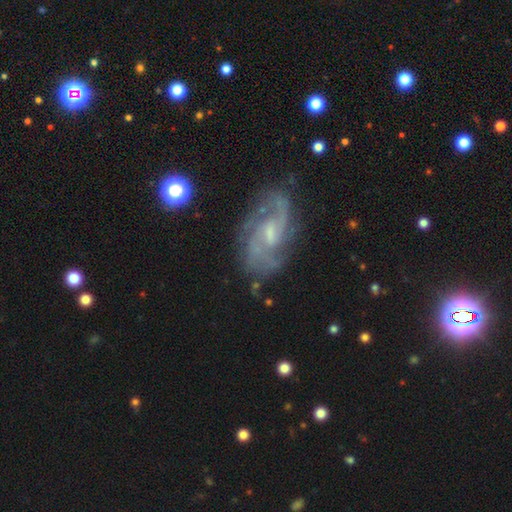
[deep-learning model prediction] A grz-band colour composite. It shows a featured or disk galaxy (84%) with a weak bar (52%), 2 (55%) medium (50%) spiral arms (95%) and a small central bulge (53%). Merging: none (73%).